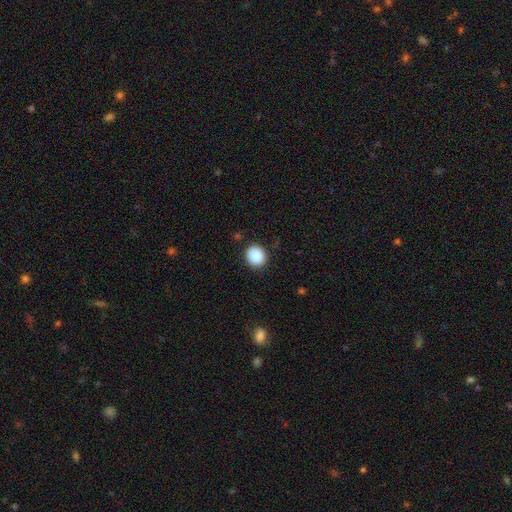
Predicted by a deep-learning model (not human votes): The model was most divided on "how rounded": round: 77%, in between: 22%, cigar-shaped: 1%. More confident: smooth or featured — smooth (89%); merging — none (88%).